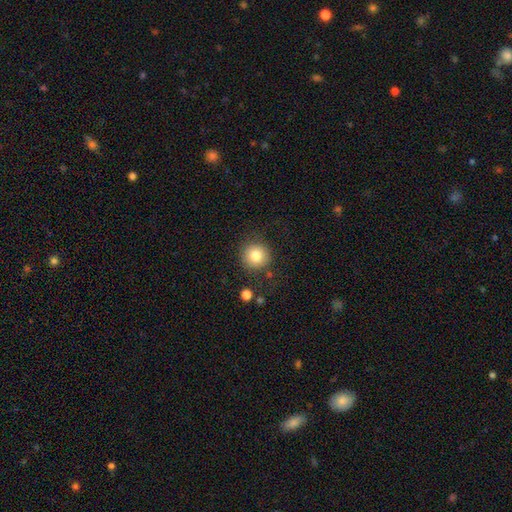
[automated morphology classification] smooth 82%, star or artifact 10%, featured or disk 7%. Down the decision tree: how rounded — round (94%); merging — none (85%).